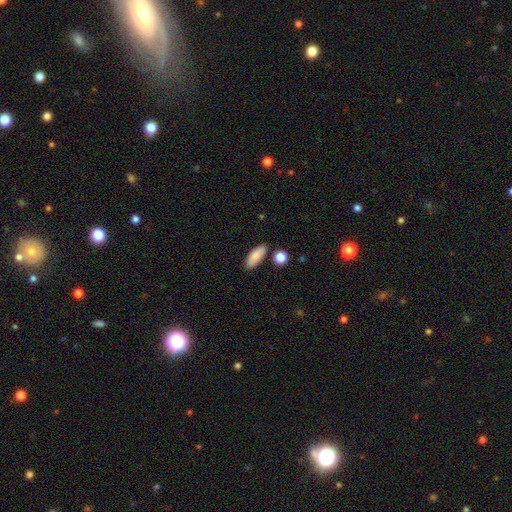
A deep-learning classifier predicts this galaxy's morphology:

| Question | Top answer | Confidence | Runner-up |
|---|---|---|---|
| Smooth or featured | smooth | 87% | featured or disk (7%) |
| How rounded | in between | 78% | cigar-shaped (19%) |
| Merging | none | 81% | minor disturbance (12%) |